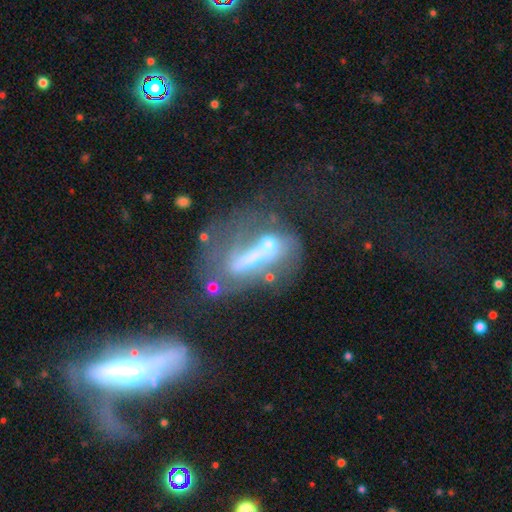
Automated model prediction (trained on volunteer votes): Smooth or featured: featured or disk — 60% (smooth — 27%)
Edge-on disk: no — 82% (yes — 18%)
Merging: merger — 30% (major disturbance — 29%)